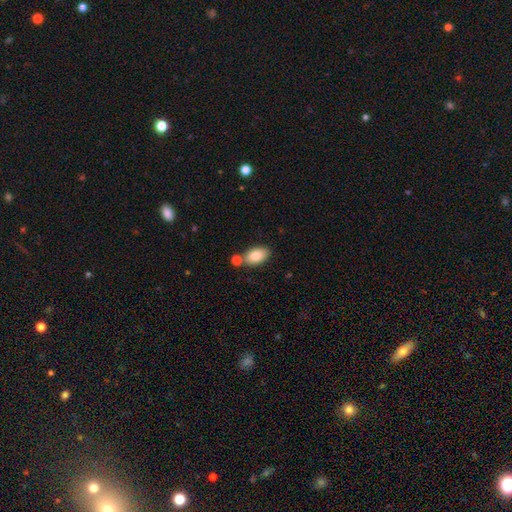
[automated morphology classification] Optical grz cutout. It shows a smooth galaxy with no disk features (84%) that is in between round and cigar-shaped (93%). Merging: none (71%).